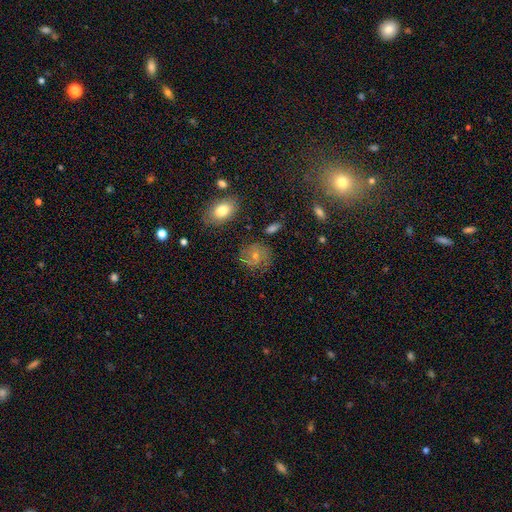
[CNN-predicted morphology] smooth_or_featured: featured or disk (p=0.60) [alt: smooth p=0.22]
disk_edge_on: no (p=0.97) [alt: yes p=0.03]
bar: no (p=0.68) [alt: weak p=0.27]
has_spiral_arms: yes (p=0.88) [alt: no p=0.12]
spiral_winding: tight (p=0.48) [alt: medium p=0.39]
spiral_arm_count: 2 (p=0.45) [alt: can't tell p=0.29]
bulge_size: small (p=0.60) [alt: moderate p=0.32]
merging: none (p=0.74) [alt: minor disturbance p=0.16]